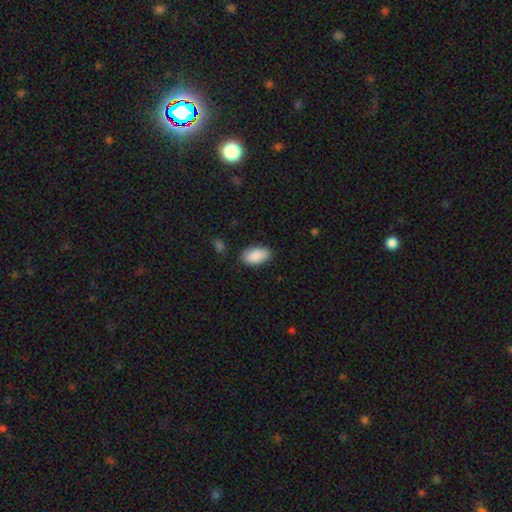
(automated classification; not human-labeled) A smooth galaxy with no disk features (90%) that is in between round and cigar-shaped (95%). Merging: none (82%).